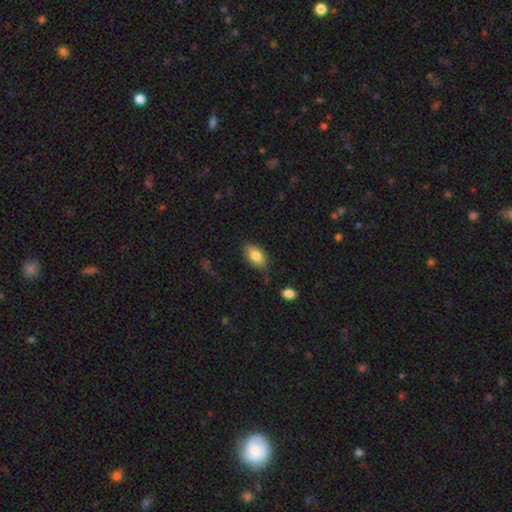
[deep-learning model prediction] This is clearly a smooth galaxy (83%). How rounded: clearly in between (91%). Merging: likely none (76%).